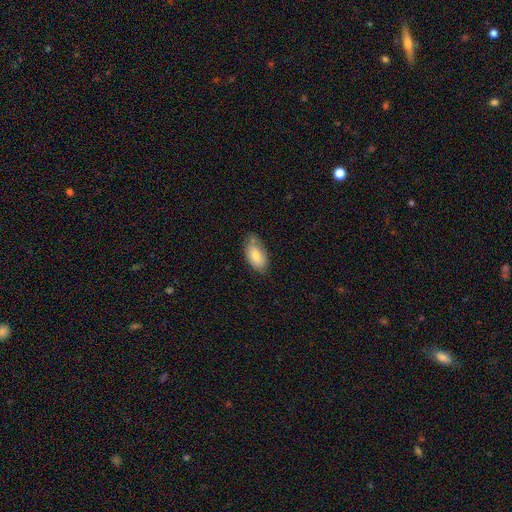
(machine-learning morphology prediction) Smooth or featured? smooth (78%)
How rounded? in between (93%)
Merging? none (64%)